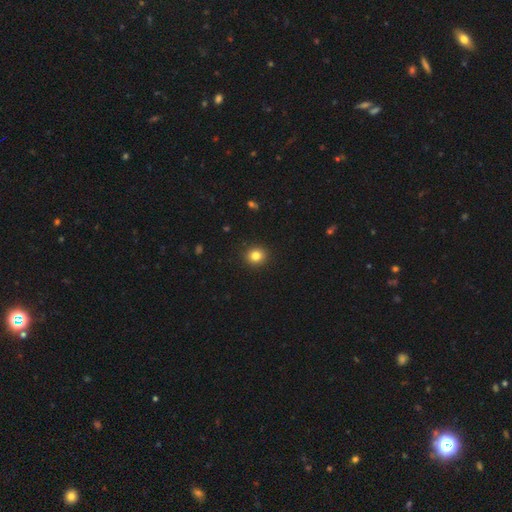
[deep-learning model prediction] A smooth galaxy with no disk features (82%) that is round (88%).

Vote fractions:
- Smooth or featured? smooth: 82% / star or artifact: 12% / featured or disk: 6%
- How rounded? round: 88% / in between: 11% / cigar-shaped: 1%
- Merging? none: 92% / minor disturbance: 5% / major disturbance: 2% / merger: 1%